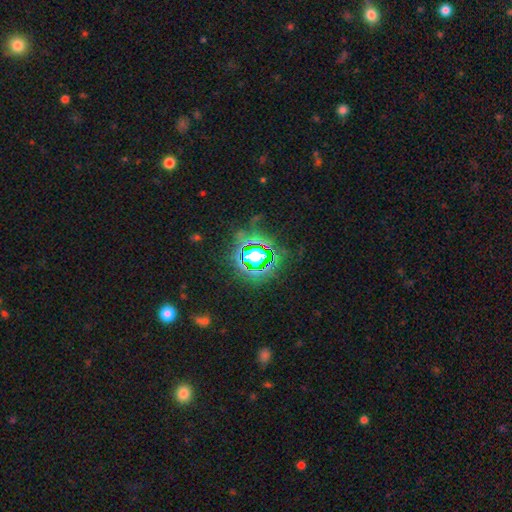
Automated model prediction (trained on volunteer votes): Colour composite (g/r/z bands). It shows a star or artifact, not a galaxy (81%).